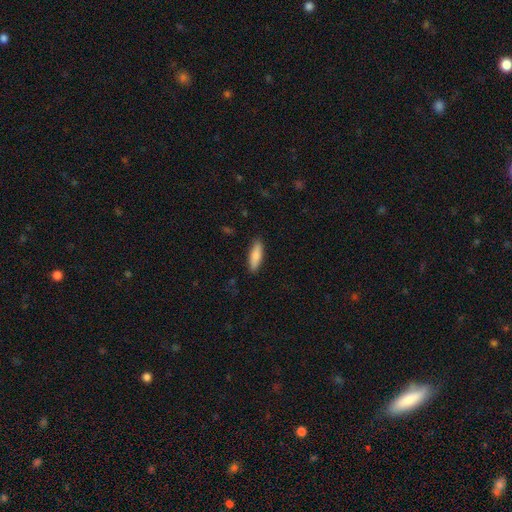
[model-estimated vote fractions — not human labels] The model was most divided on "how rounded": cigar-shaped: 53%, in between: 46%, round: 2%. More confident: merging — none (87%); smooth or featured — smooth (82%).